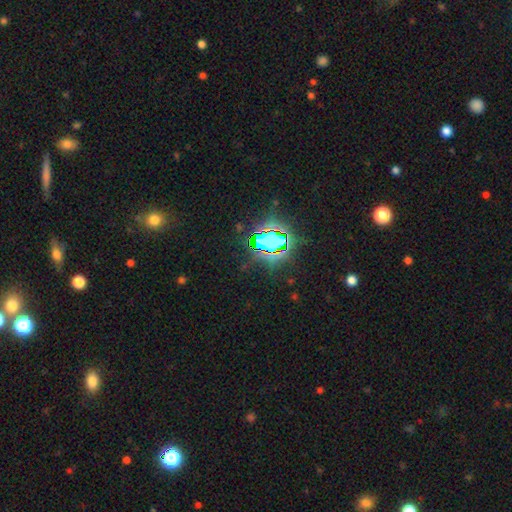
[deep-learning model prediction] Q: Smooth or featured?
A: star or artifact (80%); runner-up: smooth (12%)